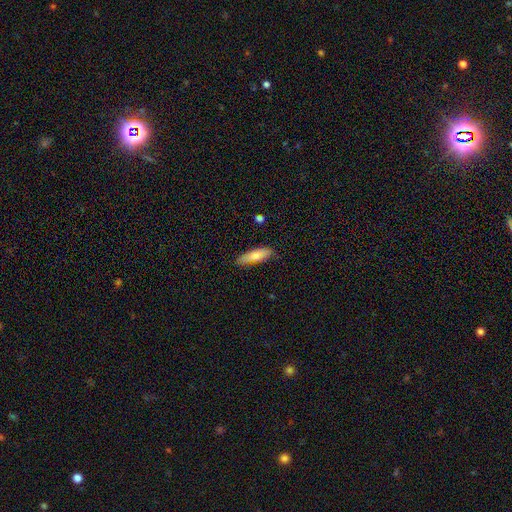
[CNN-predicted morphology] This appears to be a smooth galaxy with no disk features (79%) that is cigar-shaped (58%). Merging: none (76%).